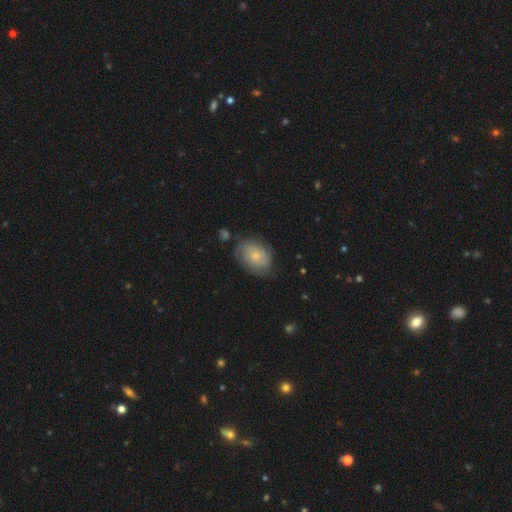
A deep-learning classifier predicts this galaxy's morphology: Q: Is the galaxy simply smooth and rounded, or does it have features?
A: smooth — 66%.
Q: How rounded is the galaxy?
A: in between — 71%.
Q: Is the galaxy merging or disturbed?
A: none — 64%.